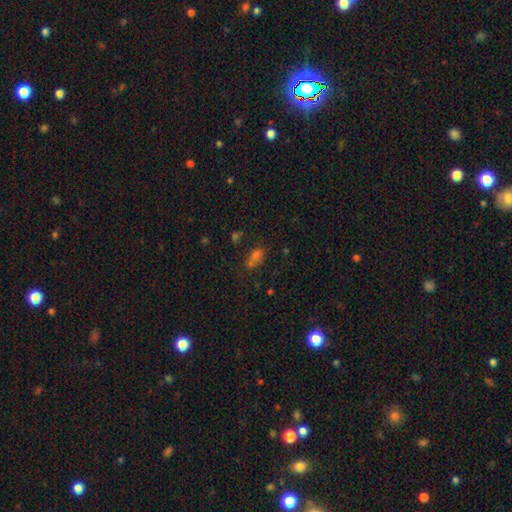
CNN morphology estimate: This appears to be a smooth galaxy with no disk features (56%) that is in between round and cigar-shaped (57%). Merging: none (47%).